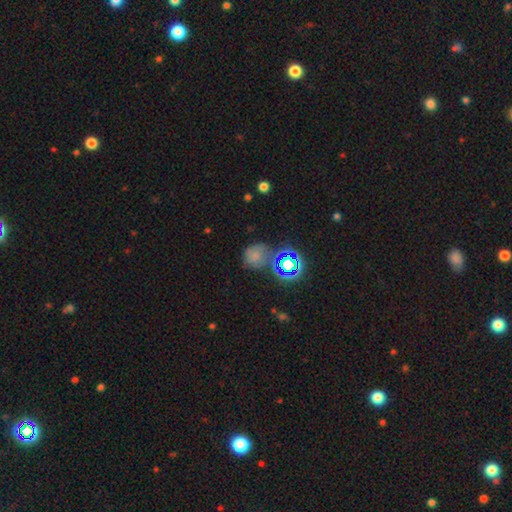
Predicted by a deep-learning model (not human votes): The model was most divided on "smooth or featured": smooth: 57%, star or artifact: 29%, featured or disk: 14%. More confident: how rounded — round (77%); merging — none (55%).